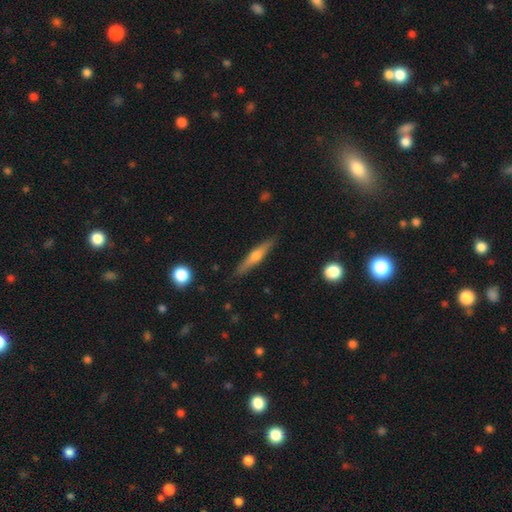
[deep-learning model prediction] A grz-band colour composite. It shows a featured or disk galaxy (57%) viewed edge-on (96%) with a rounded central bulge (89%). Merging: none (88%).